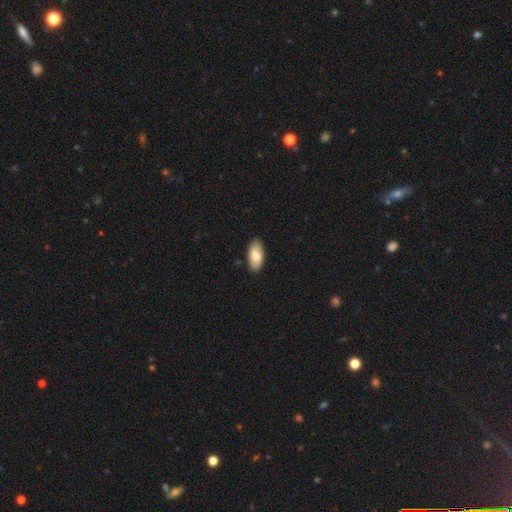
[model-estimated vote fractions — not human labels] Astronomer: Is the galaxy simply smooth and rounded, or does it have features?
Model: smooth — 80%.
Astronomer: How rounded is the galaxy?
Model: in between — 91%.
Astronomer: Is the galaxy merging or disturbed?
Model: none — 88%.